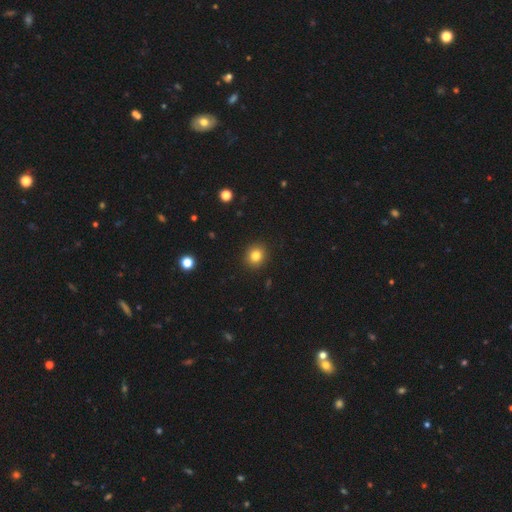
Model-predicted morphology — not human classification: A smooth galaxy with no disk features (82%) that is round (85%). Merging: none (92%).